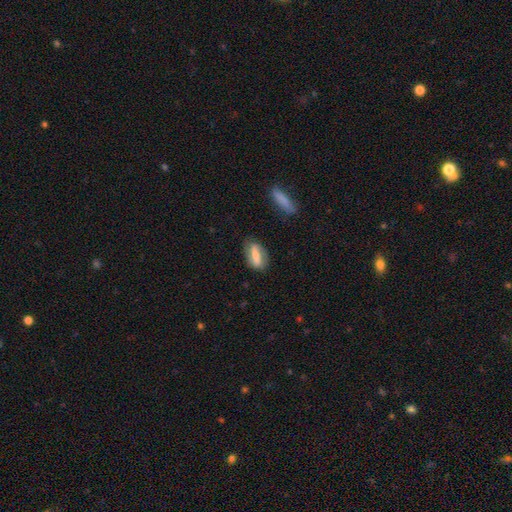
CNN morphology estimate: type=featured or disk (47%); merging=none (74%).